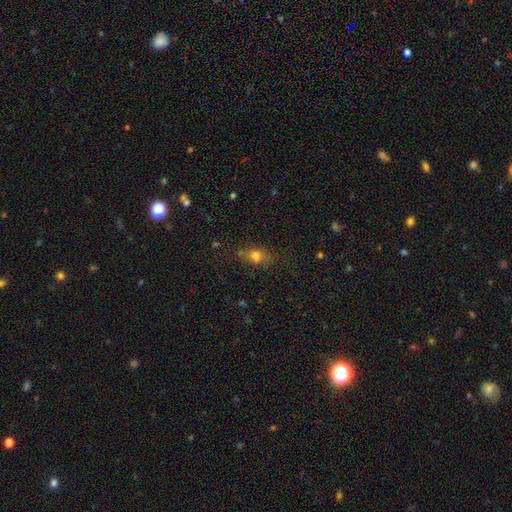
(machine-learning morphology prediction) This is likely a smooth galaxy (73%). How rounded: likely in between (63%). Merging: likely none (68%).